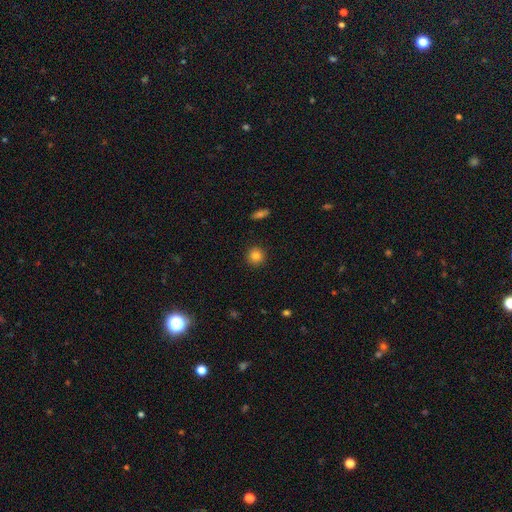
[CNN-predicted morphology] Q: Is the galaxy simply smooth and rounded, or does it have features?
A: smooth — 82%.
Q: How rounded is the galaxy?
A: round — 94%.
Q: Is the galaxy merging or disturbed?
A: none — 92%.